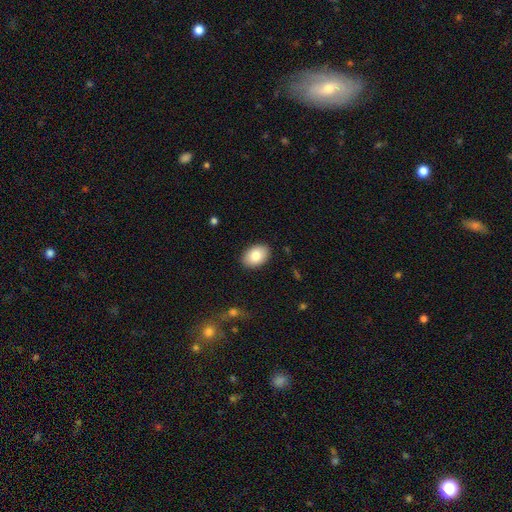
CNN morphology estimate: smooth 83%, featured or disk 11%, star or artifact 7%. Down the decision tree: how rounded — in between (84%); merging — none (89%).